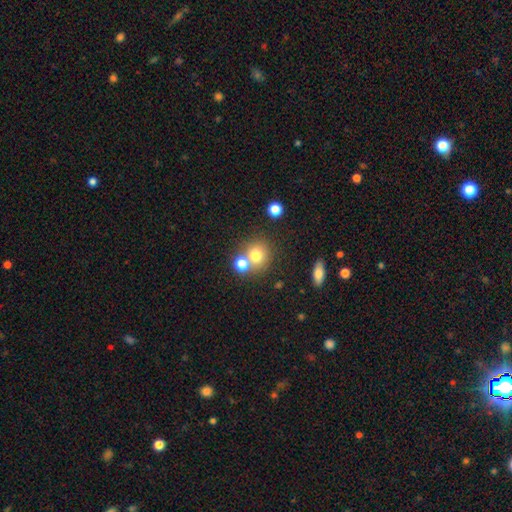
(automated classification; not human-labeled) Overall: smooth (74%). How rounded: round (85%). Merging: none (57%; merger 32%).